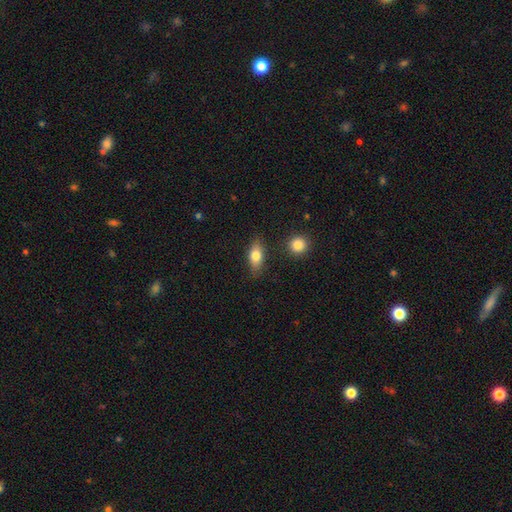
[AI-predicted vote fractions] A smooth galaxy with no disk features (76%) that is in between round and cigar-shaped (81%). Merging: none (82%).